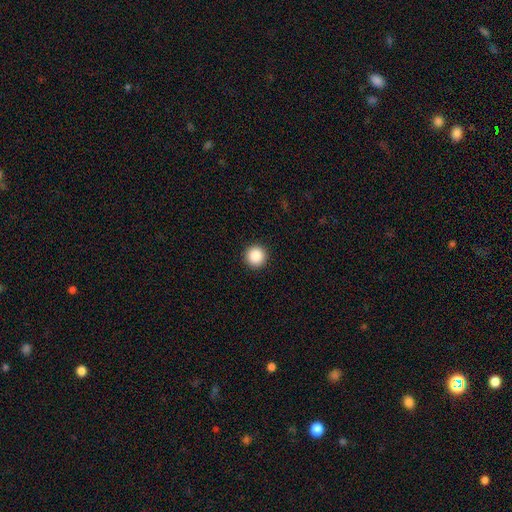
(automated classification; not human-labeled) Q: Smooth or featured?
A: smooth (88%); runner-up: star or artifact (9%)
Q: How rounded?
A: round (96%); runner-up: in between (3%)
Q: Merging?
A: none (93%); runner-up: minor disturbance (4%)